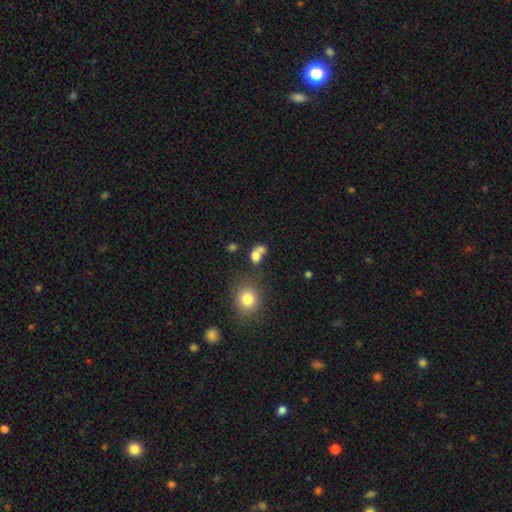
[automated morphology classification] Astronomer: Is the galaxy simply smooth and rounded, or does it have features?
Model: smooth — 75%.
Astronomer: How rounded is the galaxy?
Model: in between — 54% (runner-up: round, 44%).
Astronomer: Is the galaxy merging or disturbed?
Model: merger — 47% (runner-up: none, 32%).